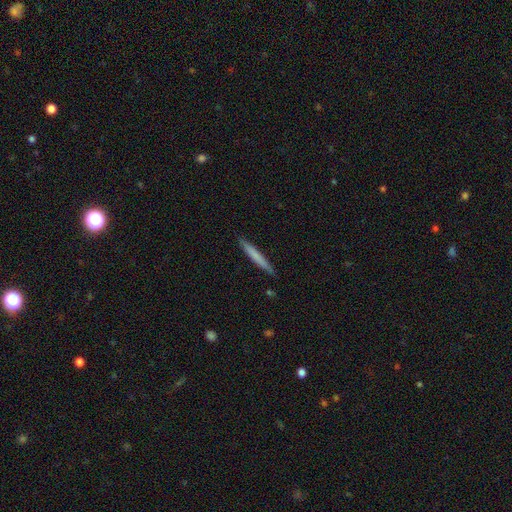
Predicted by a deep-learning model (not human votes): smooth_or_featured: smooth (p=0.68) [alt: featured or disk p=0.27]
how_rounded: cigar-shaped (p=0.96) [alt: in between p=0.03]
merging: none (p=0.89) [alt: minor disturbance p=0.09]